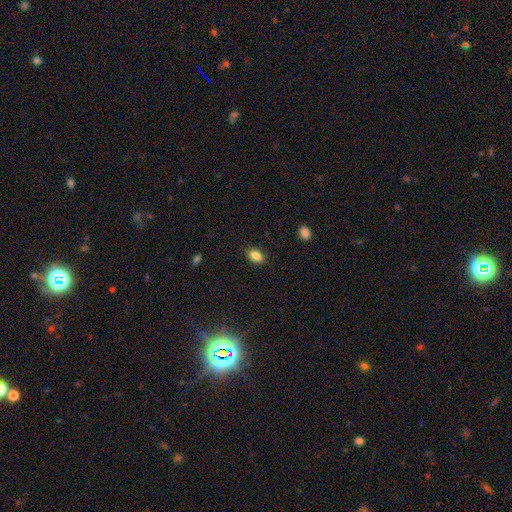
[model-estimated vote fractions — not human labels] This is clearly a smooth galaxy (86%). How rounded: clearly in between (86%). Merging: clearly none (88%).